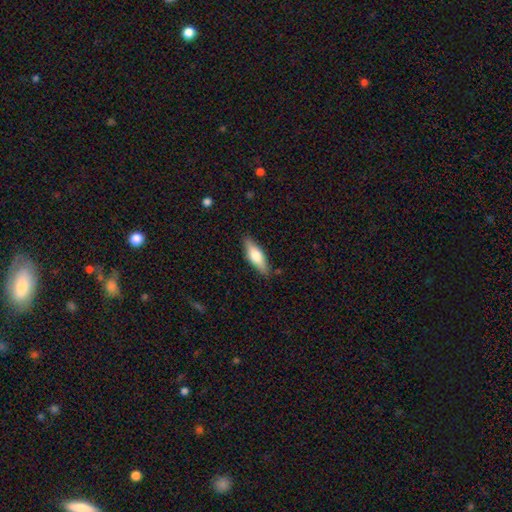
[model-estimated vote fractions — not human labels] Smooth or featured: smooth — 63% (featured or disk — 31%)
How rounded: in between — 52% (cigar-shaped — 45%)
Merging: none — 84% (minor disturbance — 12%)